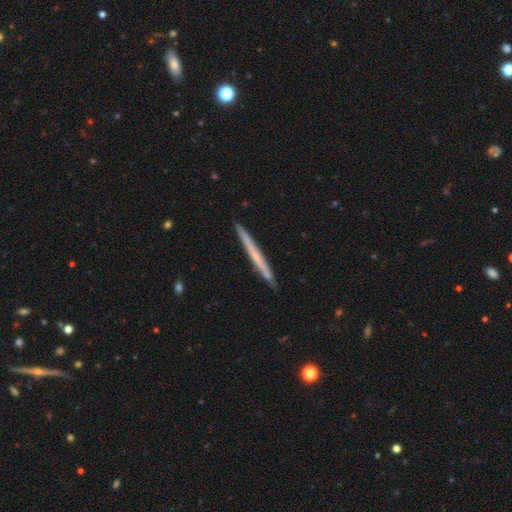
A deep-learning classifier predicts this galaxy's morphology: Smooth or featured?
  - featured or disk: 49% *
  - smooth: 46%
  - star or artifact: 6%
Merging?
  - none: 91% *
  - minor disturbance: 6%
  - major disturbance: 1%
  - merger: 1%